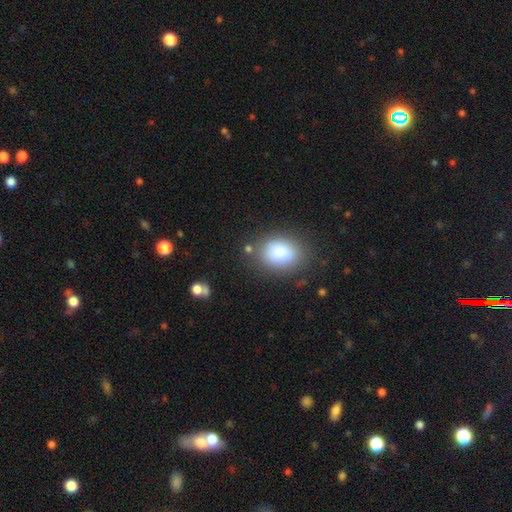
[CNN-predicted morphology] The model was most divided on "how rounded": in between: 66%, round: 33%, cigar-shaped: 1%. More confident: merging — none (84%); smooth or featured — smooth (81%).